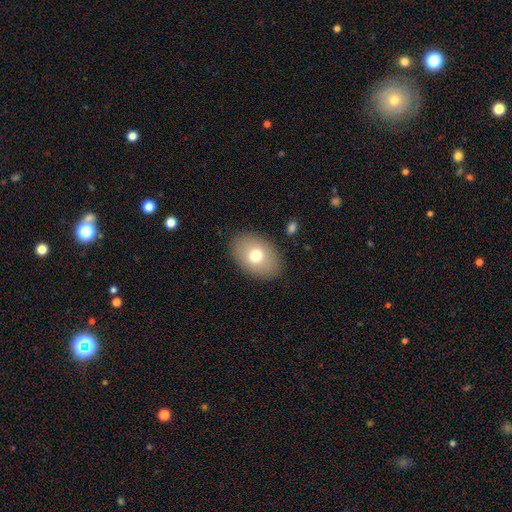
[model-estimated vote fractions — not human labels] Overall: smooth (74%). How rounded: in between (84%). Merging: none (87%).